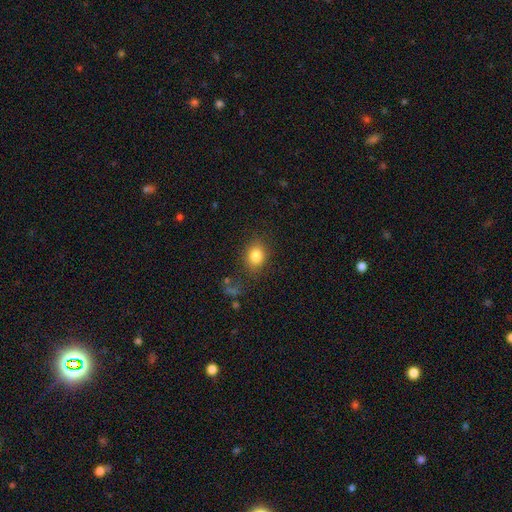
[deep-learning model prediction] Smooth or featured? Predicted: smooth (p=0.83). How rounded? Predicted: round (p=0.52). Merging? Predicted: none (p=0.80).